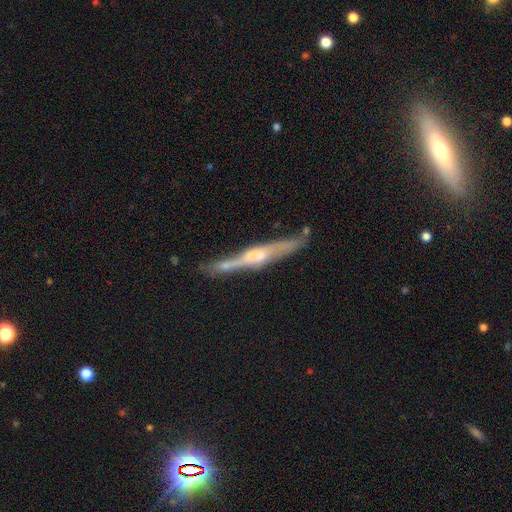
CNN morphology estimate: A featured or disk galaxy (71%) viewed edge-on (92%) with a rounded central bulge (64%).

Vote fractions:
- Smooth or featured? featured or disk: 71% / smooth: 23% / star or artifact: 6%
- Edge-on disk? yes: 92% / no: 8%
- Edge-on bulge? rounded: 64% / boxy: 22% / none: 14%
- Merging? none: 70% / minor disturbance: 18% / merger: 6% / major disturbance: 5%